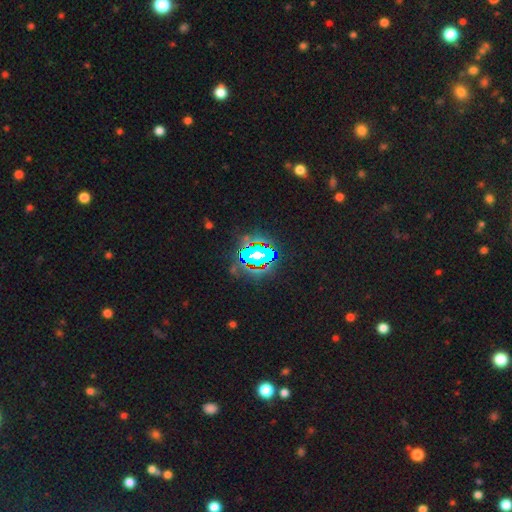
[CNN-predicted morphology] type=star or artifact (62%).